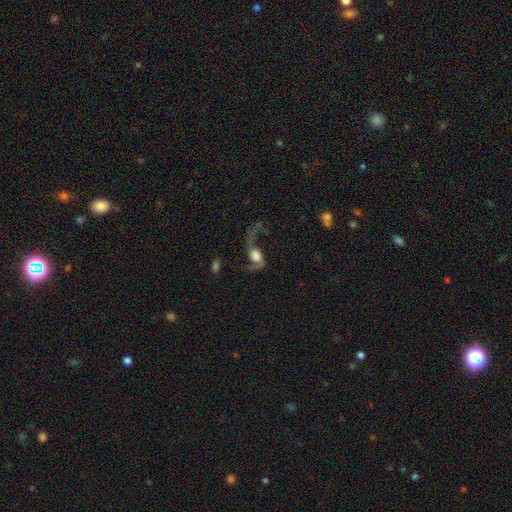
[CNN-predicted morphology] Smooth or featured?
  - featured or disk: 75% *
  - smooth: 17%
  - star or artifact: 8%
Edge-on disk?
  - no: 96% *
  - yes: 4%
Bar?
  - no: 61% *
  - weak: 29%
  - strong: 10%
Spiral arms?
  - yes: 90% *
  - no: 10%
Spiral winding?
  - loose: 85% *
  - medium: 12%
  - tight: 3%
Spiral arm count?
  - 2: 83% *
  - 1: 12%
  - can't tell: 2%
  - 3: 1%
  - 4: 1%
  - more than 4: 1%
Bulge size?
  - large: 46% *
  - moderate: 21%
  - dominant: 16%
  - none: 9%
  - small: 7%
Merging?
  - major disturbance: 41% *
  - none: 38%
  - minor disturbance: 14%
  - merger: 7%